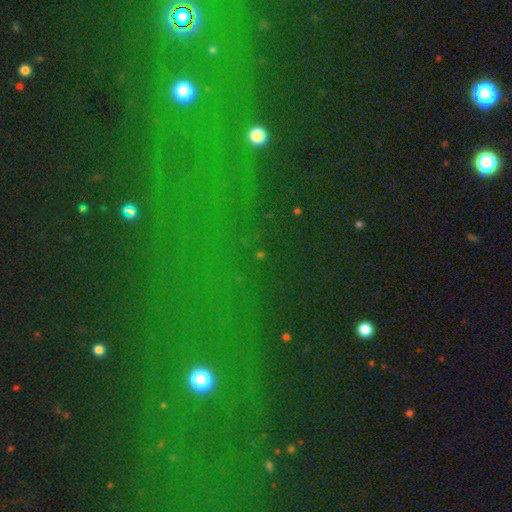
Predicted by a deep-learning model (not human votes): Overall: star or artifact (73%).